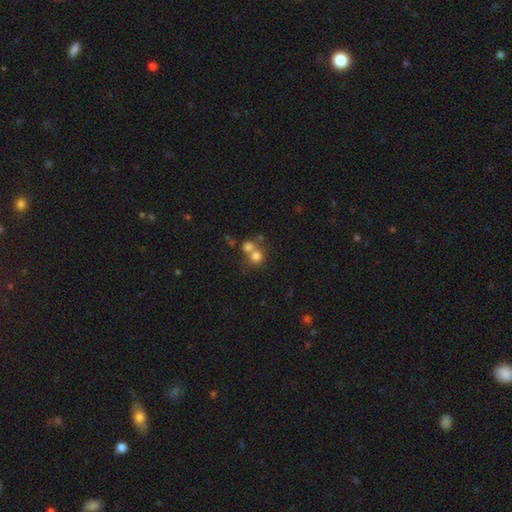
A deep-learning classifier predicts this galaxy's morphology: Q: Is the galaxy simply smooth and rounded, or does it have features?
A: smooth — 72%.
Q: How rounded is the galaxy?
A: round — 86%.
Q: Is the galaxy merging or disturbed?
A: merger — 51%.